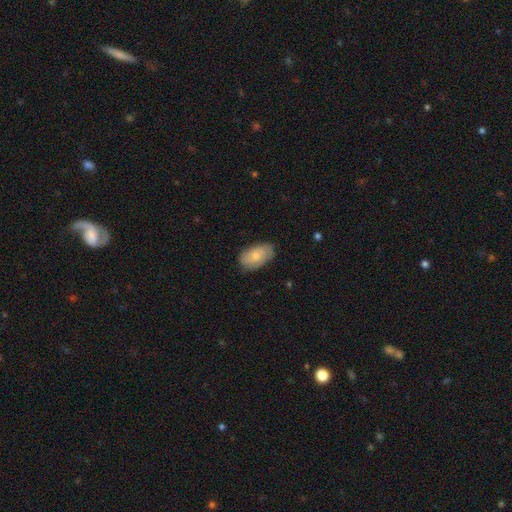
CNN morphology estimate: smooth 71%, featured or disk 23%, star or artifact 6%. Down the decision tree: how rounded — in between (93%); merging — none (77%).